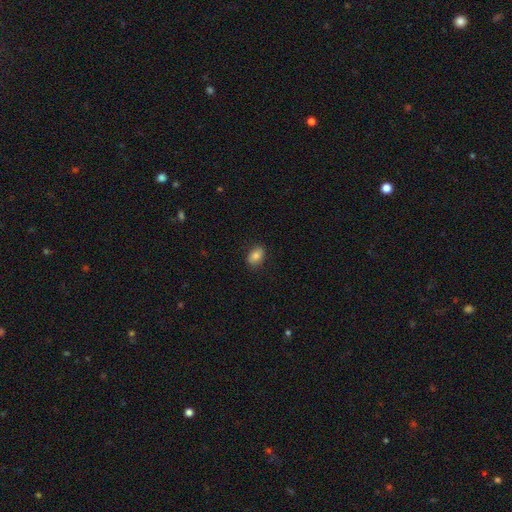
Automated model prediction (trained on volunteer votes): smooth 83%, star or artifact 9%, featured or disk 8%. Down the decision tree: how rounded — in between (83%); merging — none (85%).